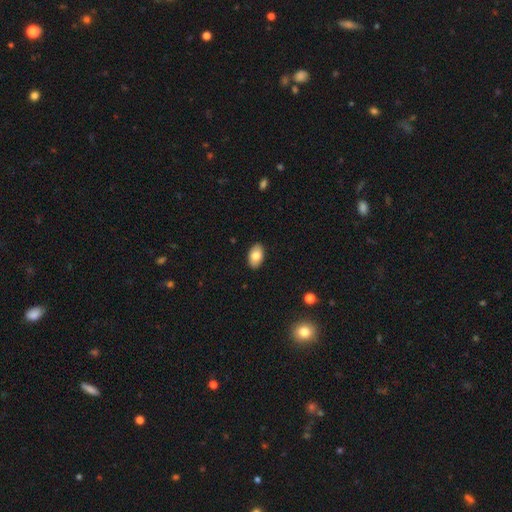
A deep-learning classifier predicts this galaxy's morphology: The model was most divided on "smooth or featured": smooth: 83%, featured or disk: 10%, star or artifact: 7%. More confident: how rounded — in between (93%); merging — none (89%).